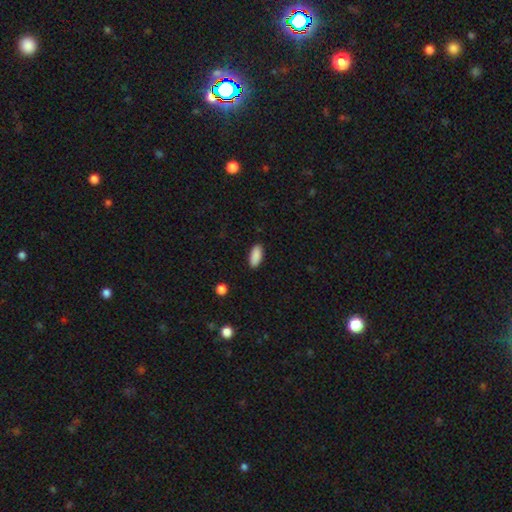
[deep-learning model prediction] smooth 90%, star or artifact 7%, featured or disk 3%. Down the decision tree: how rounded — in between (89%); merging — none (89%).